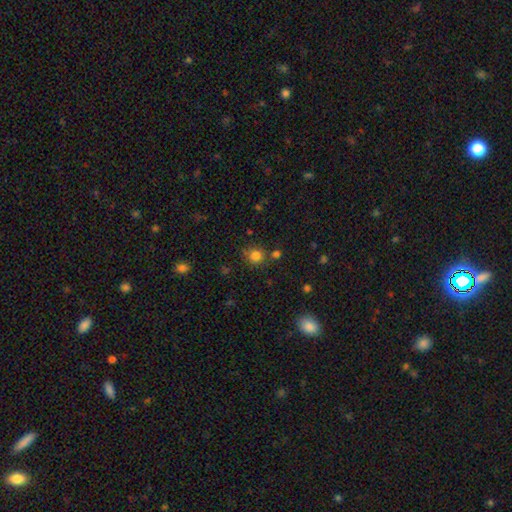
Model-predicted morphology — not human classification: Smooth or featured?
  - smooth: 82% *
  - star or artifact: 13%
  - featured or disk: 5%
How rounded?
  - round: 90% *
  - in between: 9%
  - cigar-shaped: 1%
Merging?
  - none: 75% *
  - minor disturbance: 11%
  - merger: 10%
  - major disturbance: 4%